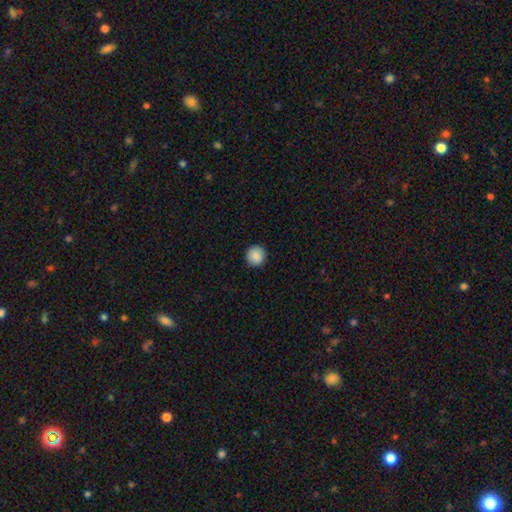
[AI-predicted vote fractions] Smooth or featured: smooth — 89% (star or artifact — 8%)
How rounded: round — 94% (in between — 5%)
Merging: none — 92% (minor disturbance — 5%)